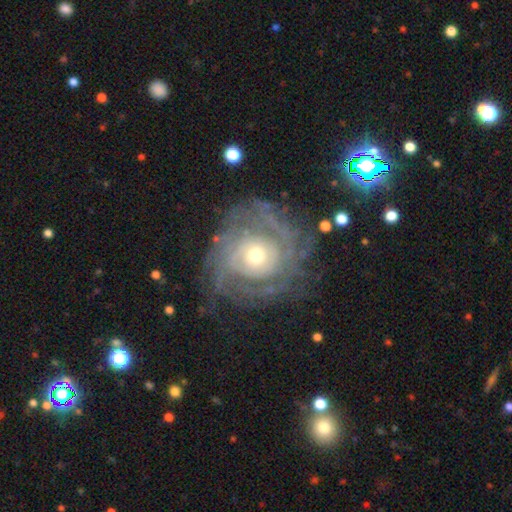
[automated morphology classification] Smooth or featured?
  - featured or disk: 82% *
  - smooth: 11%
  - star or artifact: 6%
Edge-on disk?
  - no: 97% *
  - yes: 3%
Bar?
  - no: 81% *
  - weak: 15%
  - strong: 5%
Spiral arms?
  - yes: 83% *
  - no: 17%
Spiral winding?
  - tight: 73% *
  - medium: 19%
  - loose: 8%
Spiral arm count?
  - can't tell: 45% *
  - 2: 17%
  - 3: 12%
  - 4: 10%
  - more than 4: 9%
  - 1: 7%
Bulge size?
  - moderate: 56% *
  - small: 35%
  - large: 7%
  - dominant: 1%
  - none: 1%
Merging?
  - none: 71% *
  - minor disturbance: 16%
  - major disturbance: 11%
  - merger: 2%